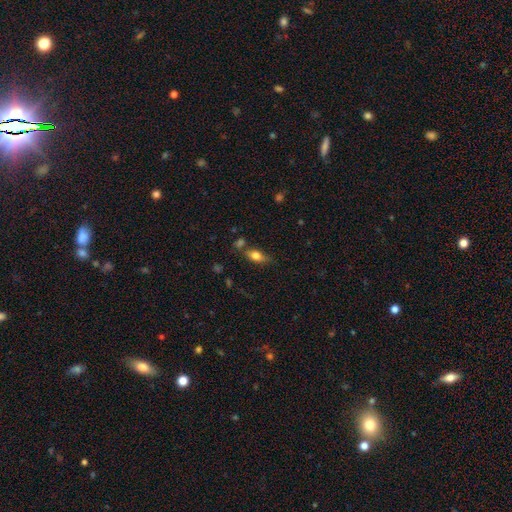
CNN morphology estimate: A smooth galaxy with no disk features (73%) that is in between round and cigar-shaped (80%).

Vote fractions:
- Smooth or featured? smooth: 73% / featured or disk: 18% / star or artifact: 9%
- How rounded? in between: 80% / cigar-shaped: 12% / round: 8%
- Merging? none: 63% / minor disturbance: 20% / merger: 11% / major disturbance: 6%